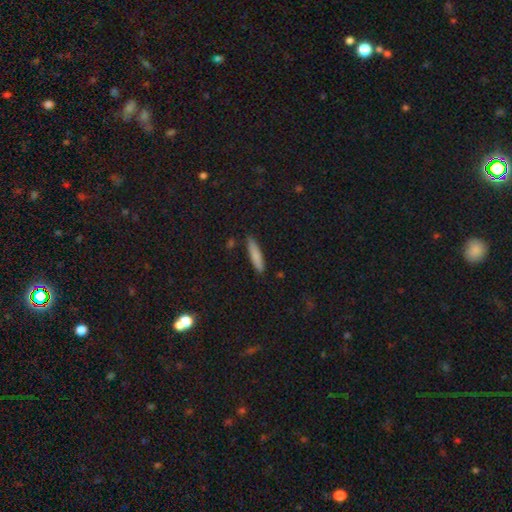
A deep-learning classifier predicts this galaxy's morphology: Smooth or featured? smooth (81%)
How rounded? cigar-shaped (84%)
Merging? none (86%)